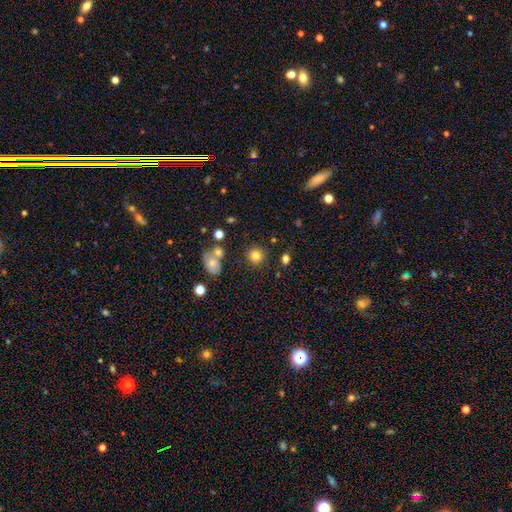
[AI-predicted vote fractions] Q: Smooth or featured?
A: smooth (80%); runner-up: star or artifact (13%)
Q: How rounded?
A: round (90%); runner-up: in between (9%)
Q: Merging?
A: none (82%); runner-up: minor disturbance (8%)